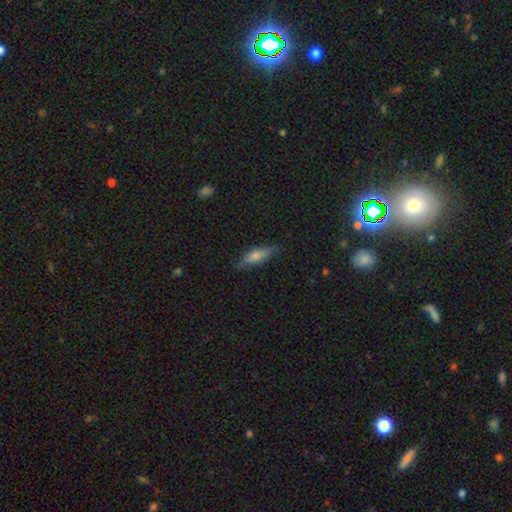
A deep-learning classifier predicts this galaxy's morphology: Smooth or featured: smooth — 62% (featured or disk — 29%)
How rounded: cigar-shaped — 51% (in between — 46%)
Merging: none — 78% (minor disturbance — 18%)